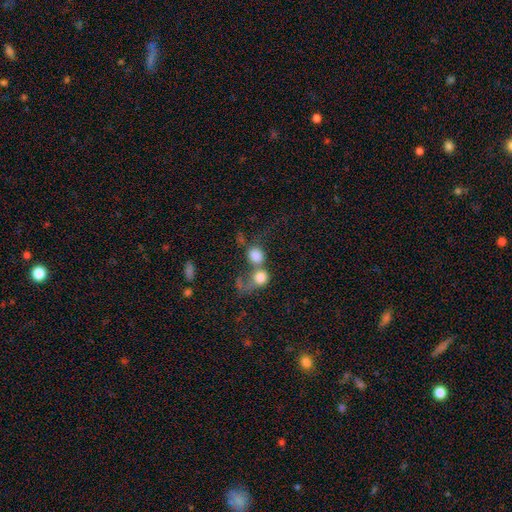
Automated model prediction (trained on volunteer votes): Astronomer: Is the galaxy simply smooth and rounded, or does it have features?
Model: smooth — 77%.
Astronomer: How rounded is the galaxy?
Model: round — 74%.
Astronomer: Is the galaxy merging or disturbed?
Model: merger — 59%.